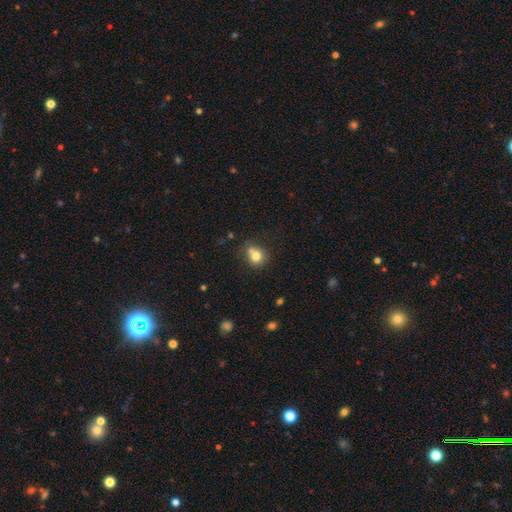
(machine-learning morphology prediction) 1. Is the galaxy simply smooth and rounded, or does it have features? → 77% smooth, 11% featured or disk, 11% star or artifact.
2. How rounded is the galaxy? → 74% round, 25% in between, 1% cigar-shaped.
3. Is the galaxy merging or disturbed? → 53% none, 26% merger, 15% minor disturbance, 5% major disturbance.